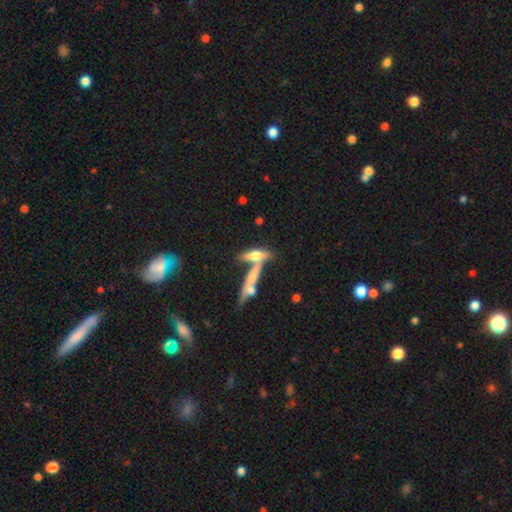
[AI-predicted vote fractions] Smooth or featured? smooth (55%)
How rounded? cigar-shaped (57%)
Merging? merger (46%)